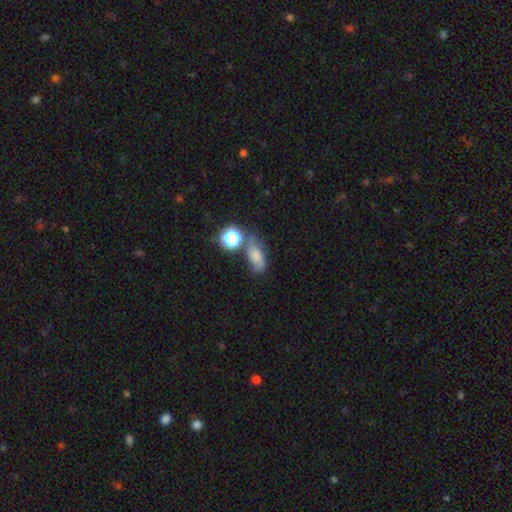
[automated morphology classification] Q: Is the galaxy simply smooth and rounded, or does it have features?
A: smooth — 57%.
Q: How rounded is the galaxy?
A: in between — 74%.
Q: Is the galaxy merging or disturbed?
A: none — 50%.